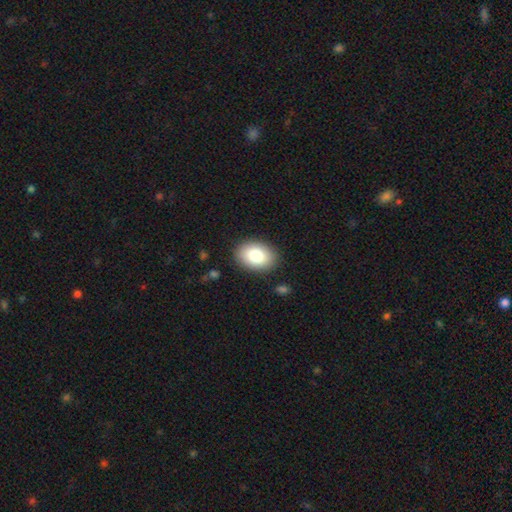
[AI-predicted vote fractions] Morphology: type=smooth (84%); roundness=in between (81%); merging=none (88%).